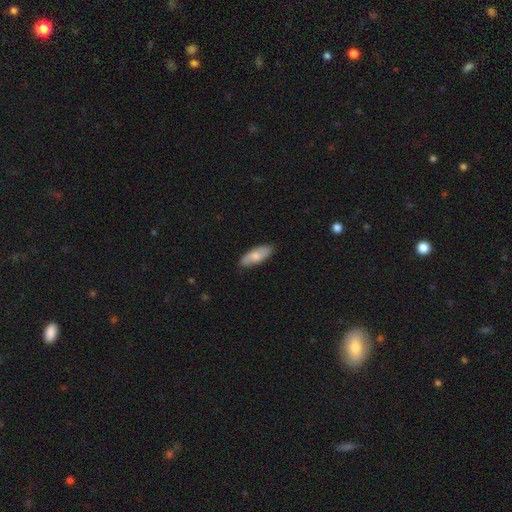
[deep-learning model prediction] smooth 67%, featured or disk 27%, star or artifact 5%. Down the decision tree: how rounded — in between (74%); merging — none (85%).